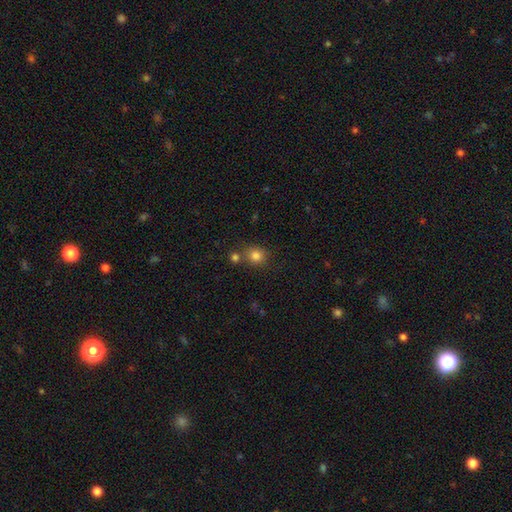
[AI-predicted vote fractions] A smooth galaxy with no disk features (82%) that is round (81%). Merging: none (69%).